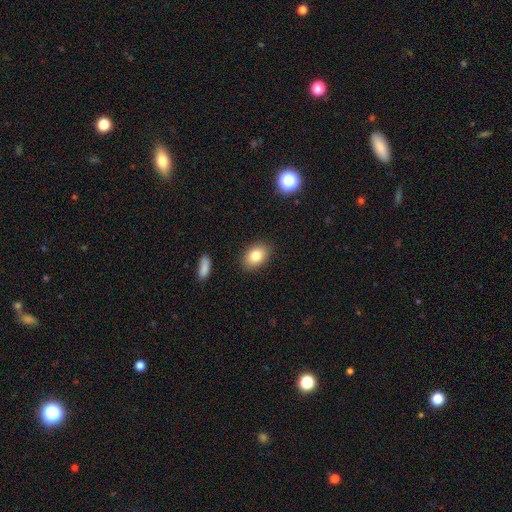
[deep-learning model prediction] The model was most divided on "how rounded": in between: 81%, round: 18%, cigar-shaped: 1%. More confident: merging — none (88%); smooth or featured — smooth (82%).